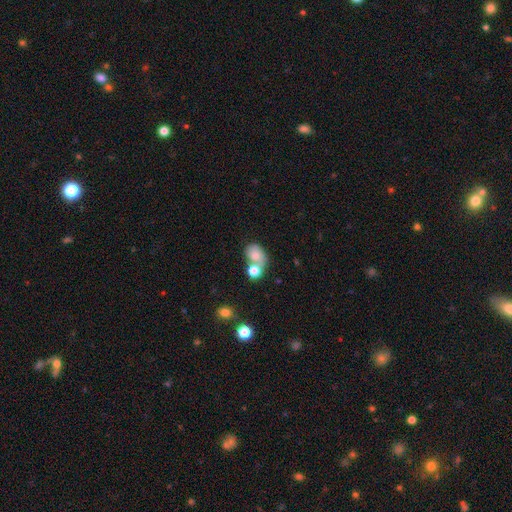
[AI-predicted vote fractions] Morphology: type=smooth (71%); roundness=in between (59%); merging=merger (51%).